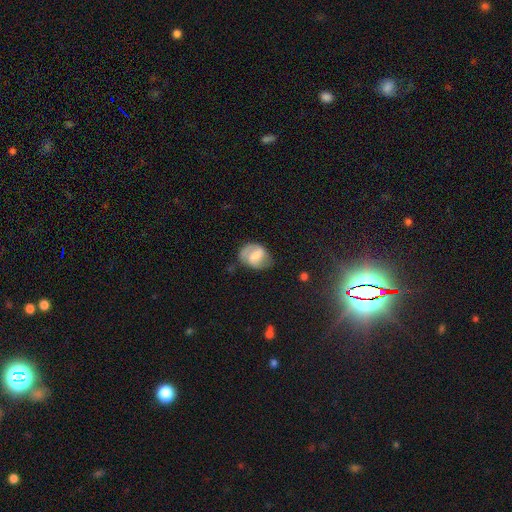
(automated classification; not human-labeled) Smooth or featured? featured or disk (58%)
Edge-on disk? no (97%)
Bar? weak (45%)
Spiral arms? yes (82%)
Bulge size? moderate (30%)
Merging? none (60%)